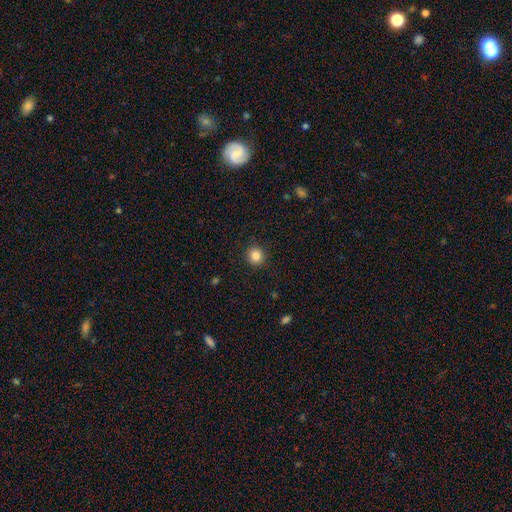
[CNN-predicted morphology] This appears to be a smooth galaxy with no disk features (85%) that is round (89%). Merging: none (91%).